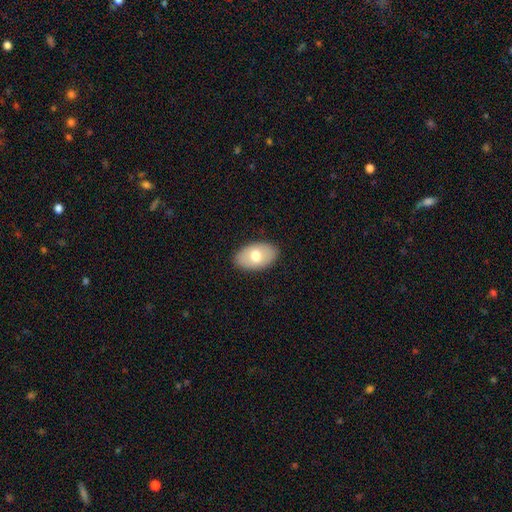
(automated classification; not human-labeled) This appears to be a smooth galaxy with no disk features (70%) that is in between round and cigar-shaped (92%). Merging: none (88%).